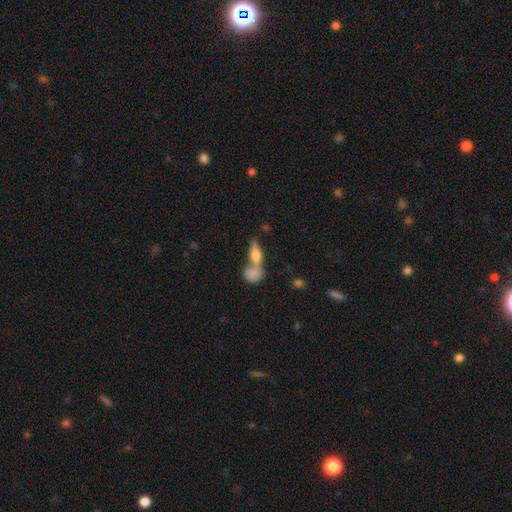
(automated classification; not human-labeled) A smooth galaxy with no disk features (56%) that is in between round and cigar-shaped (54%). Merging: merger (46%).